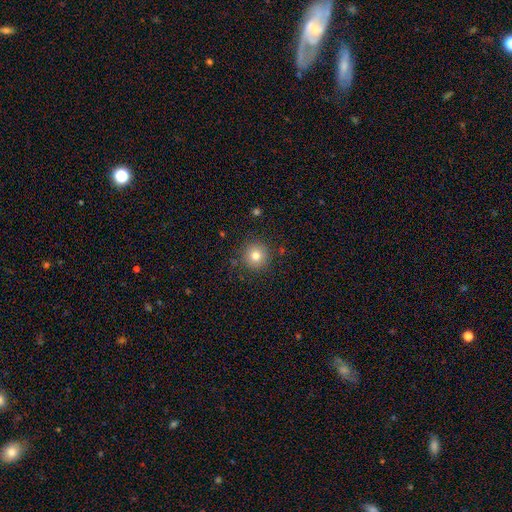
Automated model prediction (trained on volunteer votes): smooth-or-featured: smooth: 80% | star or artifact: 12% | featured or disk: 8%
  how-rounded: round: 95% | in between: 4% | cigar-shaped: 1%
  merging: none: 88% | minor disturbance: 8% | major disturbance: 3% | merger: 2%